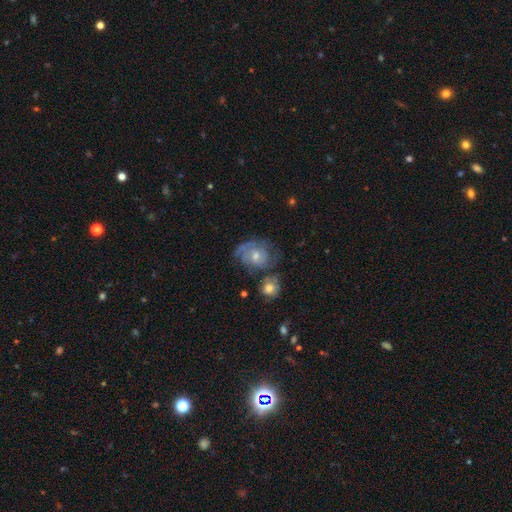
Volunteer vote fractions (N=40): Q: Smooth or featured?
A: featured or disk (70%); runner-up: smooth (18%)
Q: Edge-on disk?
A: no (93%); runner-up: yes (7%)
Q: Bar?
A: no (69%); runner-up: weak (19%)
Q: Spiral arms?
A: yes (85%); runner-up: no (15%)
Q: Spiral winding?
A: tight (68%); runner-up: medium (27%)
Q: Spiral arm count?
A: can't tell (50%); runner-up: 1 (23%)
Q: Bulge size?
A: moderate (50%); runner-up: small (38%)
Q: Merging?
A: none (60%); runner-up: minor disturbance (23%)